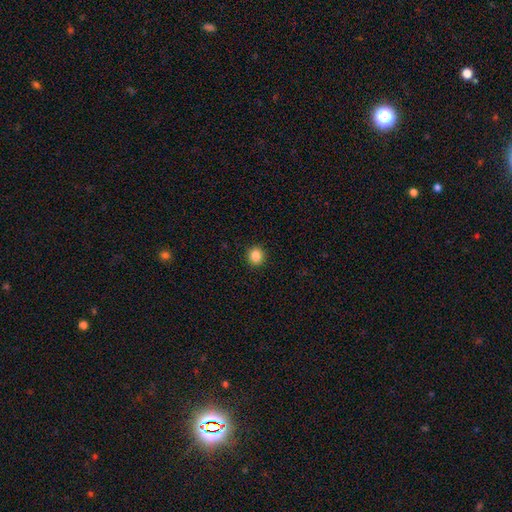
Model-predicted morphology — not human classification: smooth-or-featured: smooth: 86% | star or artifact: 10% | featured or disk: 4%
  how-rounded: round: 87% | in between: 12% | cigar-shaped: 1%
  merging: none: 92% | minor disturbance: 5% | major disturbance: 2% | merger: 1%